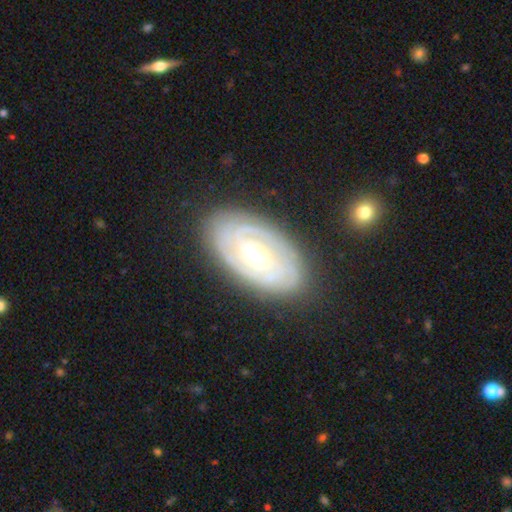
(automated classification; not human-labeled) smooth_or_featured: featured or disk (p=0.84) [alt: smooth p=0.11]
disk_edge_on: no (p=0.94) [alt: yes p=0.06]
bar: no (p=0.41) [tied with: weak p=0.41]
has_spiral_arms: yes (p=0.90) [alt: no p=0.10]
spiral_winding: tight (p=0.76) [alt: medium p=0.19]
spiral_arm_count: 2 (p=0.39) [alt: can't tell p=0.32]
bulge_size: moderate (p=0.73) [alt: small p=0.19]
merging: none (p=0.83) [alt: minor disturbance p=0.12]